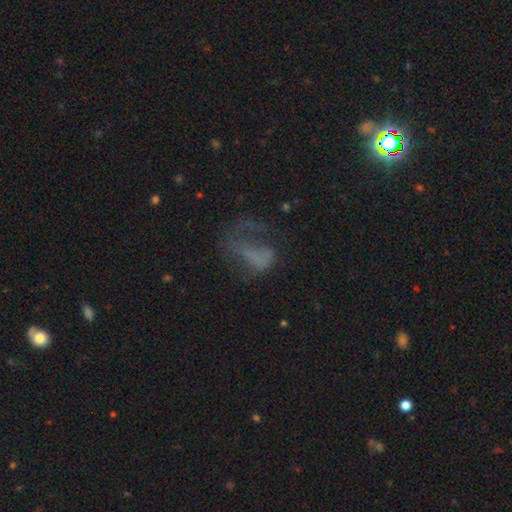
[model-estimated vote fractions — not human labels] smooth_or_featured: featured or disk (p=0.41) [alt: smooth p=0.38]
merging: major disturbance (p=0.54) [alt: none p=0.26]